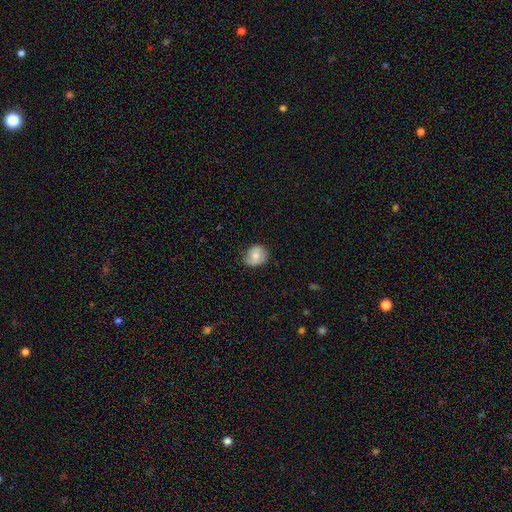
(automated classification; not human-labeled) Smooth or featured? smooth (69%)
How rounded? round (72%)
Merging? none (69%)